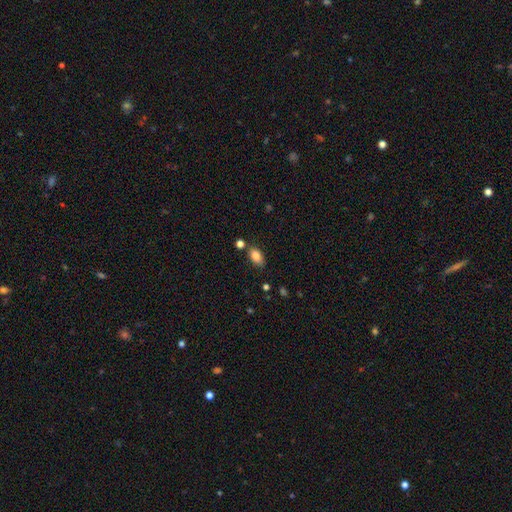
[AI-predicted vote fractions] smooth 84%, star or artifact 9%, featured or disk 7%. Down the decision tree: how rounded — in between (89%); merging — none (75%).